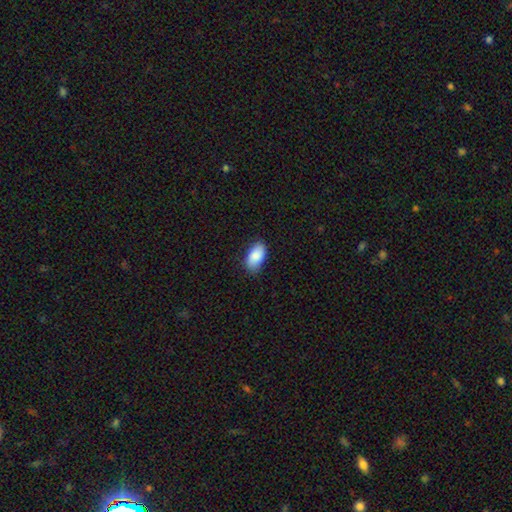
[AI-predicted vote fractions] smooth 88%, star or artifact 6%, featured or disk 6%. Down the decision tree: how rounded — in between (95%); merging — none (82%).